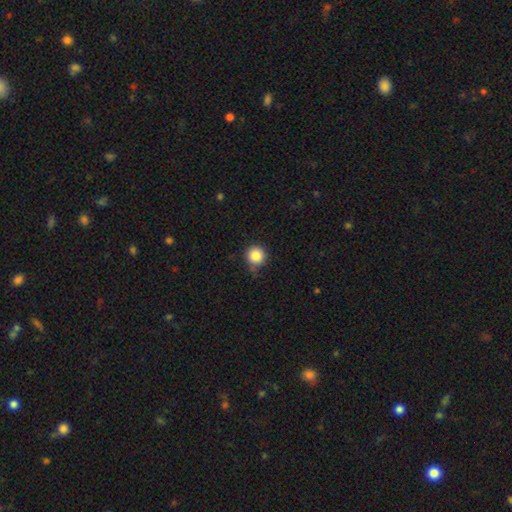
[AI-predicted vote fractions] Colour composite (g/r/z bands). It shows a smooth galaxy with no disk features (85%) that is round (94%). Merging: none (78%).